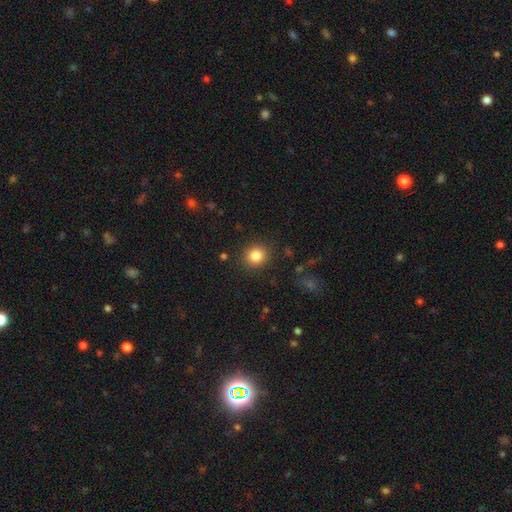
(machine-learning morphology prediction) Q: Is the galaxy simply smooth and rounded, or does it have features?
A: smooth — 83%.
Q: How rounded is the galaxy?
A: round — 84%.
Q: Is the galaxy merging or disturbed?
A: none — 89%.